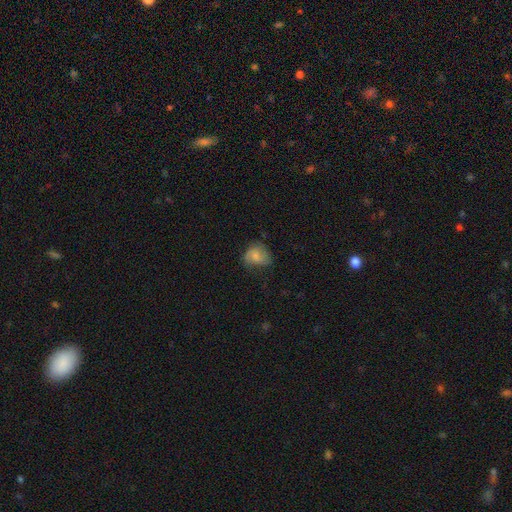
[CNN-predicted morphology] The model was most divided on "how rounded": round: 50%, in between: 49%, cigar-shaped: 1%. Remaining: smooth or featured — smooth (58%); merging — none (48%).